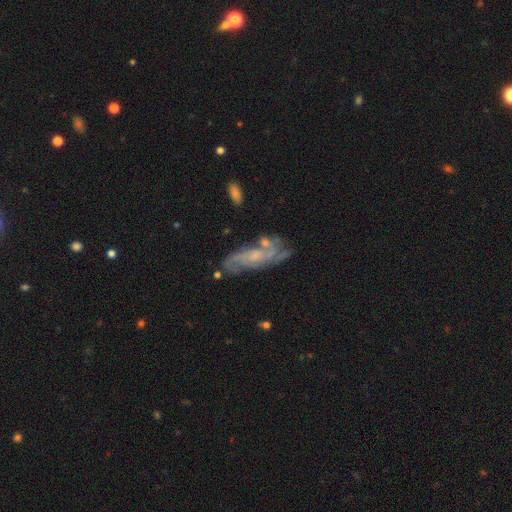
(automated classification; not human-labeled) featured or disk 70%, smooth 21%, star or artifact 9%. Down the decision tree: edge-on disk — no (83%); bar — no (63%); spiral arms — yes (81%); bulge size — small (56%); merging — none (61%).